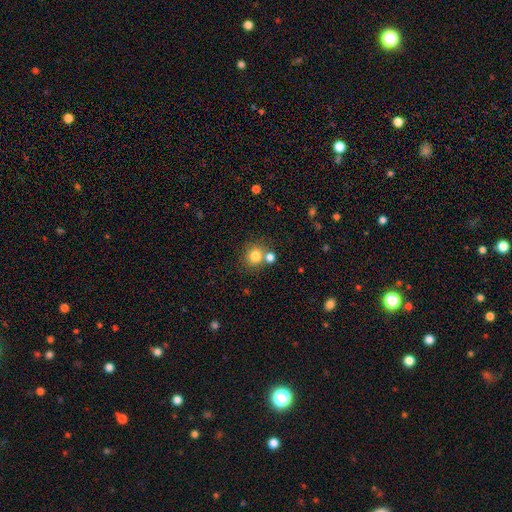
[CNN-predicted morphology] The model was most divided on "merging": none: 61%, merger: 26%, minor disturbance: 9%, major disturbance: 4%. More confident: how rounded — round (87%); smooth or featured — smooth (80%).